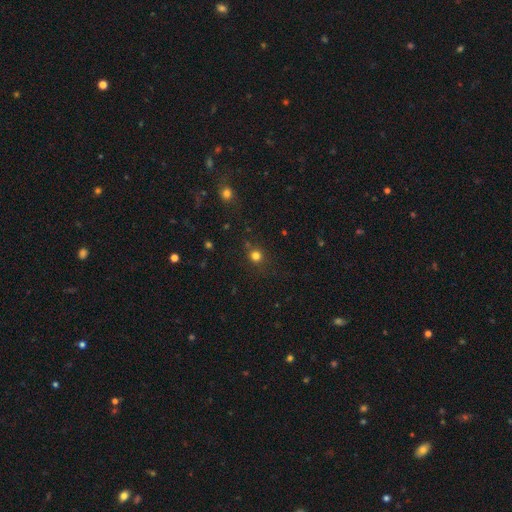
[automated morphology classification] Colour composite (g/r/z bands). It shows a smooth galaxy with no disk features (77%) that is round (90%). Merging: none (82%).